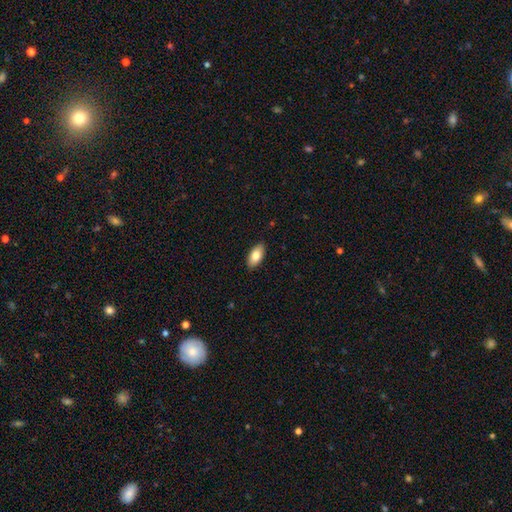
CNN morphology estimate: Smooth or featured: smooth — 81% (featured or disk — 13%)
How rounded: in between — 92% (cigar-shaped — 6%)
Merging: none — 88% (minor disturbance — 9%)